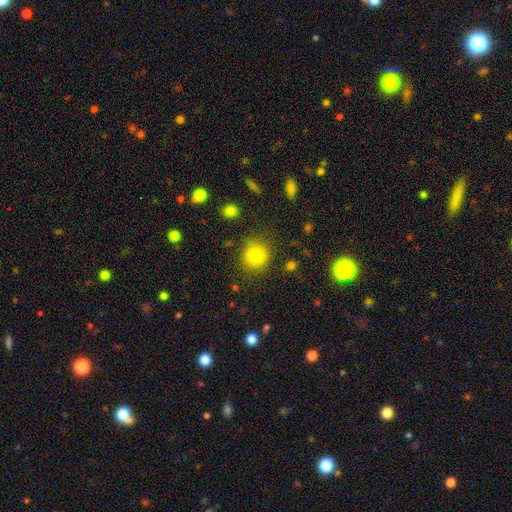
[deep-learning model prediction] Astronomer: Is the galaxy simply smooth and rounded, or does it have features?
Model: smooth — 81%.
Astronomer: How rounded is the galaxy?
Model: round — 86%.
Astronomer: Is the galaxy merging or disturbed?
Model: none — 81%.